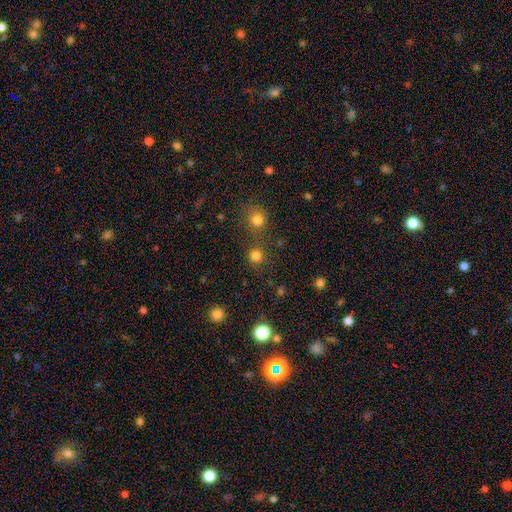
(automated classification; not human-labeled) smooth_or_featured: smooth (p=0.79) [alt: star or artifact p=0.16]
how_rounded: round (p=0.93) [alt: in between p=0.06]
merging: none (p=0.76) [alt: merger p=0.14]